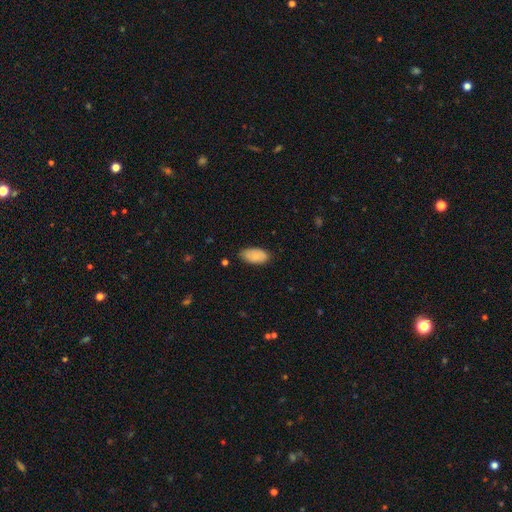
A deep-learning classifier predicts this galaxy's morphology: Smooth or featured?
  - smooth: 81% *
  - featured or disk: 12%
  - star or artifact: 7%
How rounded?
  - in between: 94% *
  - cigar-shaped: 3%
  - round: 3%
Merging?
  - none: 79% *
  - minor disturbance: 17%
  - major disturbance: 3%
  - merger: 1%